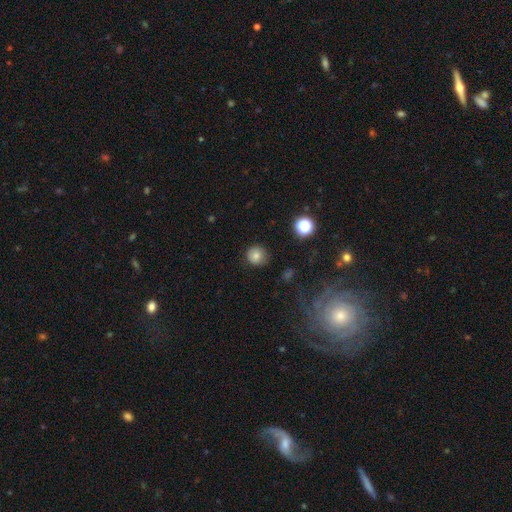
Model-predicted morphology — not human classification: A smooth galaxy with no disk features (78%) that is round (93%). Merging: none (86%).